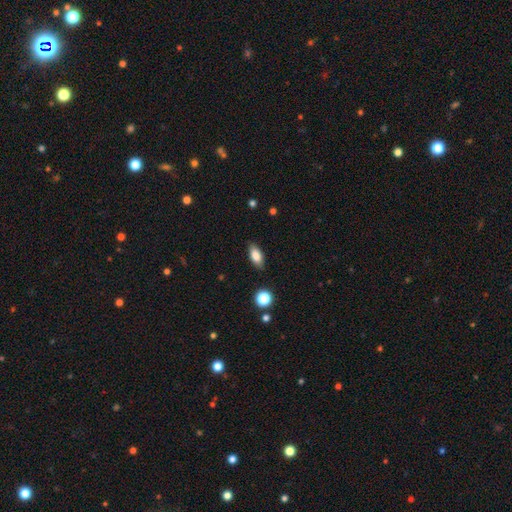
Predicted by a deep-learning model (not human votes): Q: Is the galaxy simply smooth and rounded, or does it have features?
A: smooth — 82%.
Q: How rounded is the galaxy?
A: in between — 85%.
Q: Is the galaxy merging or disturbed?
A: none — 86%.